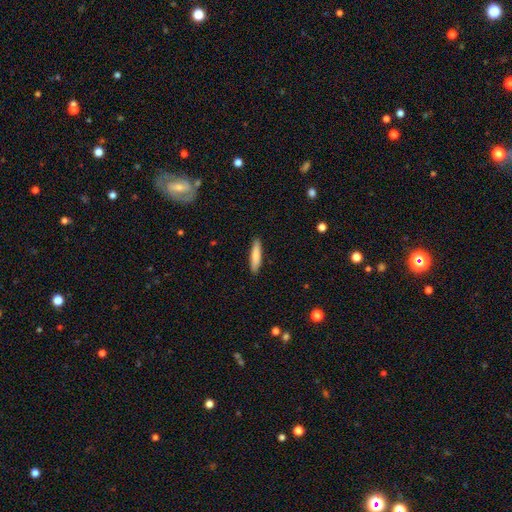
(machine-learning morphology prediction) This appears to be a smooth galaxy with no disk features (81%) that is cigar-shaped (81%). Merging: none (90%).